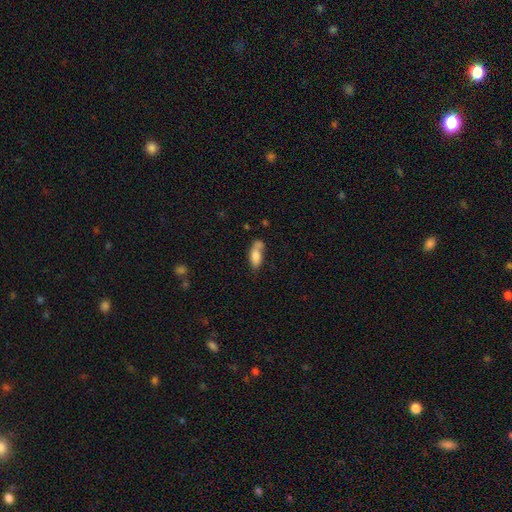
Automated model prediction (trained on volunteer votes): smooth 76%, featured or disk 16%, star or artifact 8%. Down the decision tree: how rounded — in between (76%); merging — none (42%).